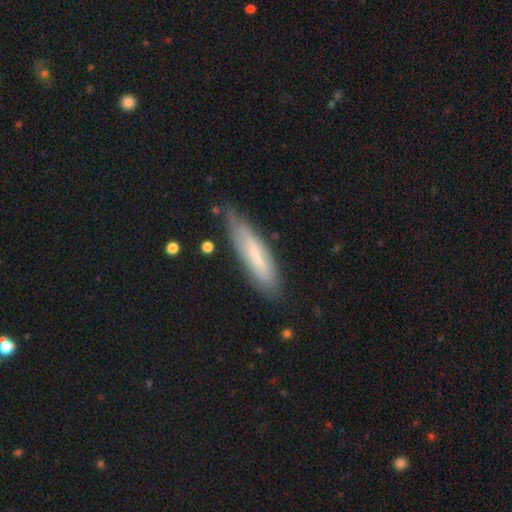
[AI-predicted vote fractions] The model was most divided on "smooth or featured": smooth: 52%, featured or disk: 41%, star or artifact: 7%. More confident: how rounded — cigar-shaped (73%); merging — none (71%).